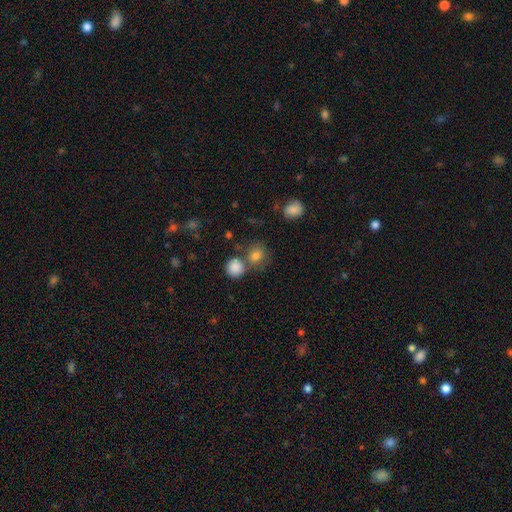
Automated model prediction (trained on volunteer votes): Smooth or featured?
  - smooth: 80% *
  - star or artifact: 12%
  - featured or disk: 8%
How rounded?
  - round: 75% *
  - in between: 24%
  - cigar-shaped: 1%
Merging?
  - none: 55% *
  - merger: 28%
  - minor disturbance: 12%
  - major disturbance: 5%